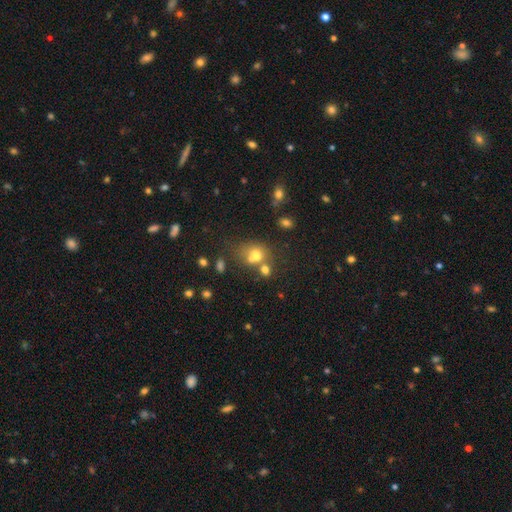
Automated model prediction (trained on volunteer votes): A smooth galaxy with no disk features (65%) that is round (55%). Merging: merger (47%).